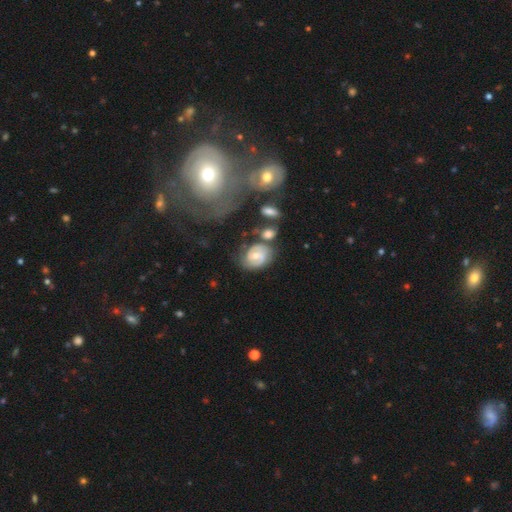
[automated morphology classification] A featured or disk galaxy (72%) with no bar (57%), 2 (61%) tight (57%) spiral arms (86%) and a moderate central bulge (57%). Merging: none (58%).